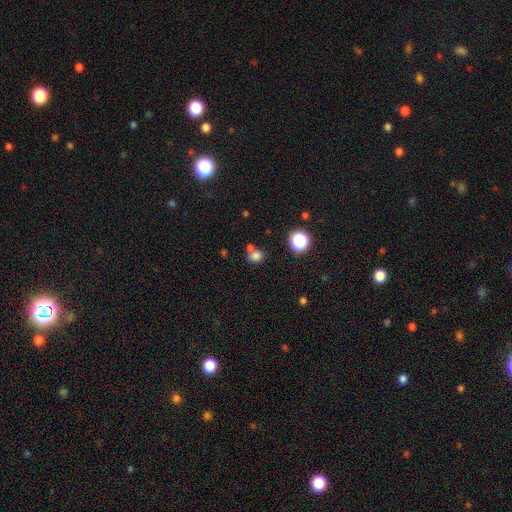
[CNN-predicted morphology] smooth-or-featured: smooth: 76% | star or artifact: 17% | featured or disk: 7%
  how-rounded: round: 69% | in between: 30% | cigar-shaped: 1%
  merging: none: 55% | merger: 29% | minor disturbance: 12% | major disturbance: 4%